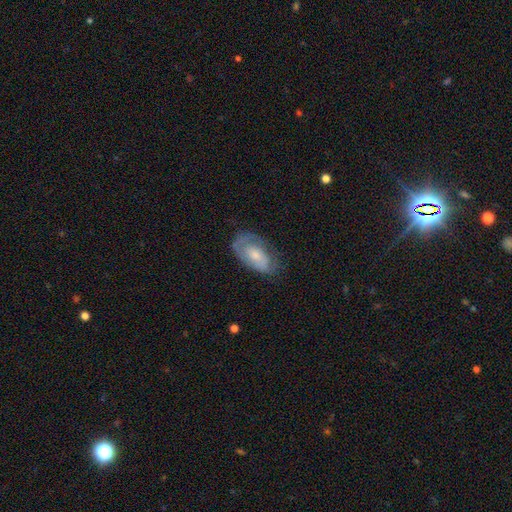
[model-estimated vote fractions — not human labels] Smooth or featured: featured or disk — 53% (smooth — 41%)
Edge-on disk: no — 93% (yes — 7%)
Merging: none — 58% (minor disturbance — 26%)